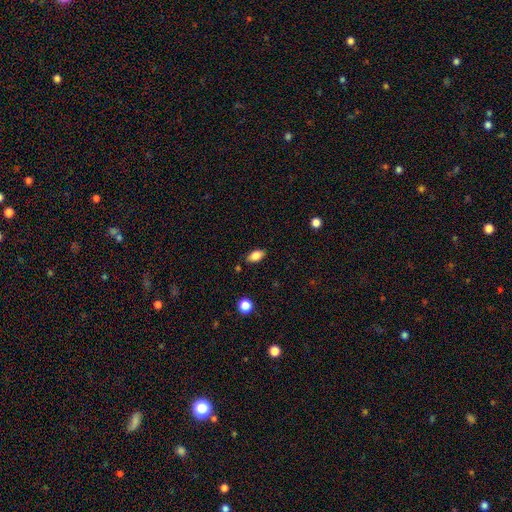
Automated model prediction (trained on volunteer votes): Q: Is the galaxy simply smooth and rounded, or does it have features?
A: smooth — 83%.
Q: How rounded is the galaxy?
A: in between — 90%.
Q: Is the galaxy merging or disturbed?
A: none — 81%.